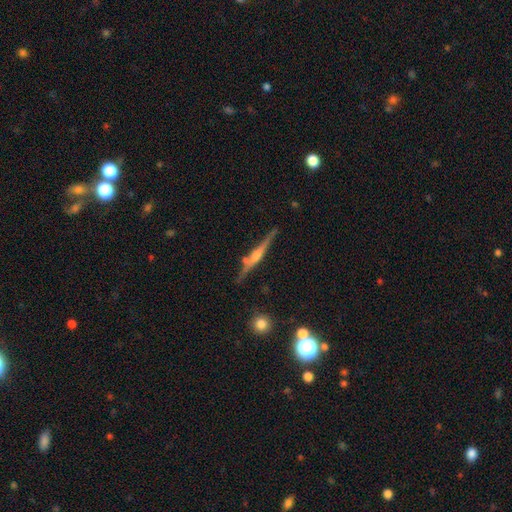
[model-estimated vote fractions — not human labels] featured or disk 75%, smooth 18%, star or artifact 7%. Down the decision tree: edge-on disk — yes (97%); edge-on bulge — rounded (70%); merging — none (80%).